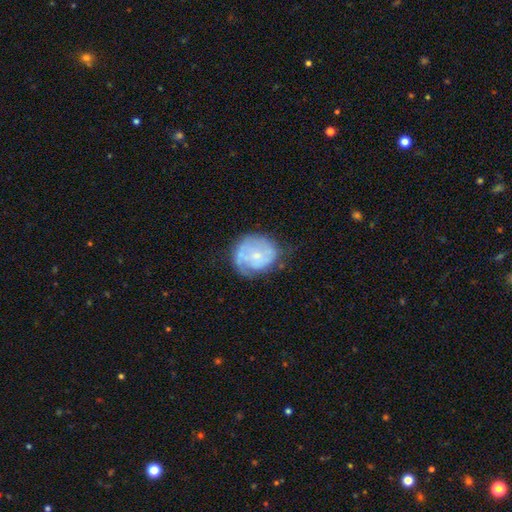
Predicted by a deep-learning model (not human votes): Smooth or featured: featured or disk — 59% (smooth — 34%)
Edge-on disk: no — 98% (yes — 2%)
Bar: no — 79% (weak — 18%)
Spiral arms: yes — 72% (no — 28%)
Bulge size: small — 72% (moderate — 21%)
Merging: none — 56% (minor disturbance — 28%)